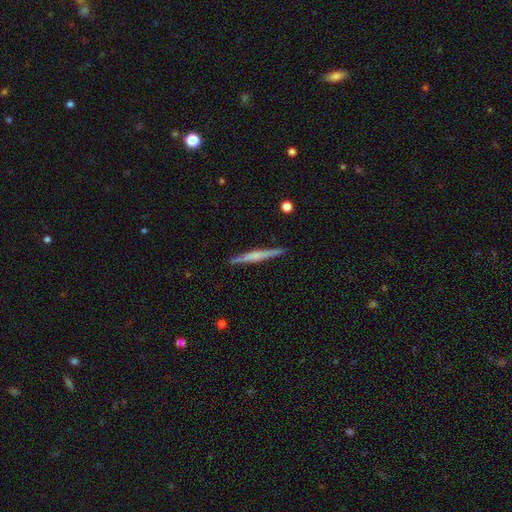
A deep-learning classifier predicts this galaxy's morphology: smooth_or_featured: featured or disk (p=0.62) [alt: smooth p=0.32]
disk_edge_on: yes (p=0.98) [alt: no p=0.02]
edge_on_bulge: rounded (p=0.47) [alt: none p=0.33]
merging: none (p=0.91) [alt: minor disturbance p=0.07]